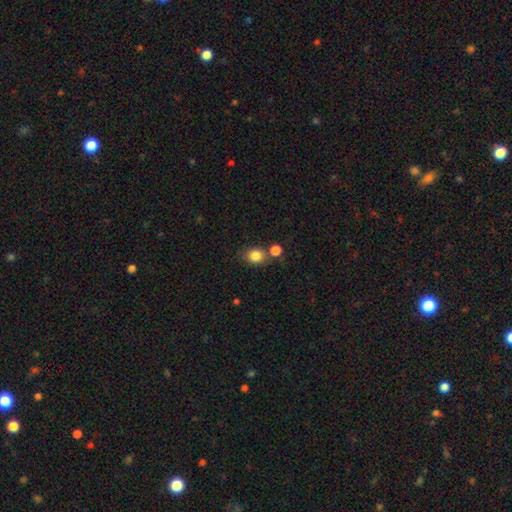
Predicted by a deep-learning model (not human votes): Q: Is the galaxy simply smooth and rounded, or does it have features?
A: smooth — 83%.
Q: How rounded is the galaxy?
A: round — 71%.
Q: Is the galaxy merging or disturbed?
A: none — 64%.